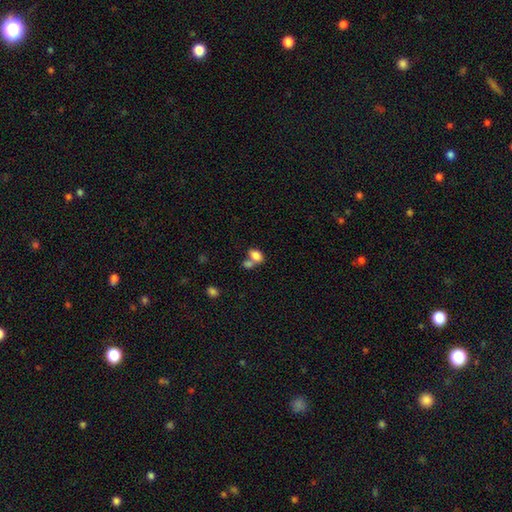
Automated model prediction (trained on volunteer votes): A smooth galaxy with no disk features (82%) that is in between round and cigar-shaped (85%).

Vote fractions:
- Smooth or featured? smooth: 82% / star or artifact: 9% / featured or disk: 9%
- How rounded? in between: 85% / round: 14% / cigar-shaped: 2%
- Merging? merger: 47% / none: 38% / minor disturbance: 10% / major disturbance: 5%